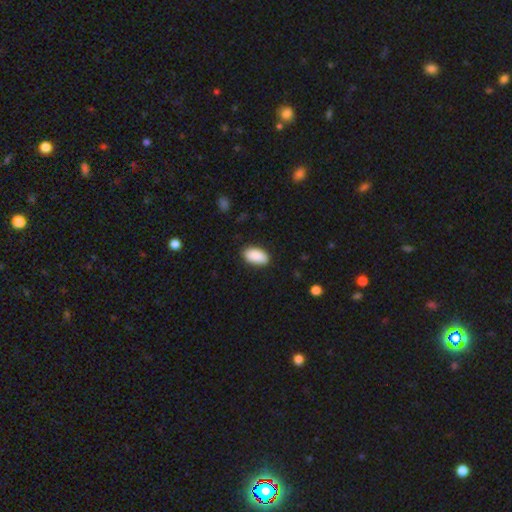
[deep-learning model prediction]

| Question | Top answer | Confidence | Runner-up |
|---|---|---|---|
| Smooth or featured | smooth | 91% | star or artifact (6%) |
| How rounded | in between | 95% | round (3%) |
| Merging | none | 87% | minor disturbance (10%) |